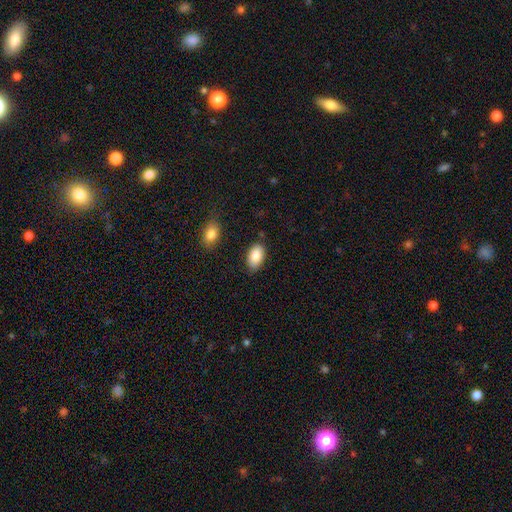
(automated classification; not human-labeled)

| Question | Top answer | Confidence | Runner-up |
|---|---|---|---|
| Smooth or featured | smooth | 87% | featured or disk (7%) |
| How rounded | in between | 94% | round (5%) |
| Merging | none | 82% | minor disturbance (13%) |